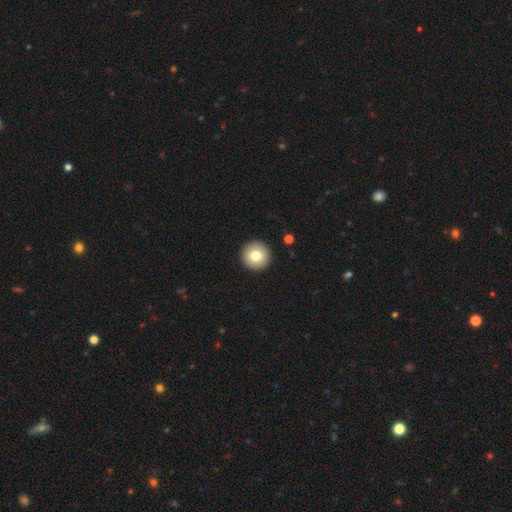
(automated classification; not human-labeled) Smooth or featured? smooth (78%)
How rounded? round (96%)
Merging? none (93%)